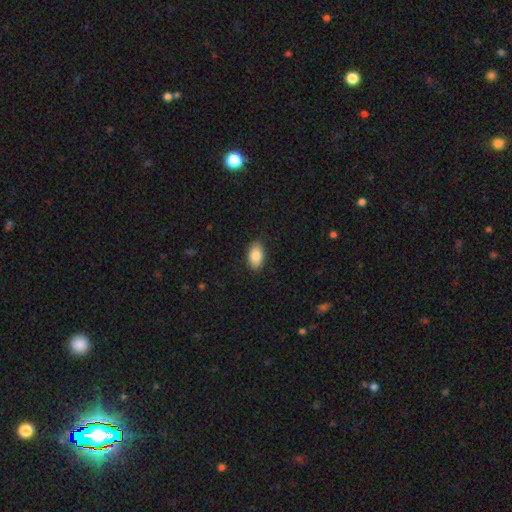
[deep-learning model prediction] smooth 86%, featured or disk 8%, star or artifact 7%. Down the decision tree: how rounded — in between (93%); merging — none (88%).